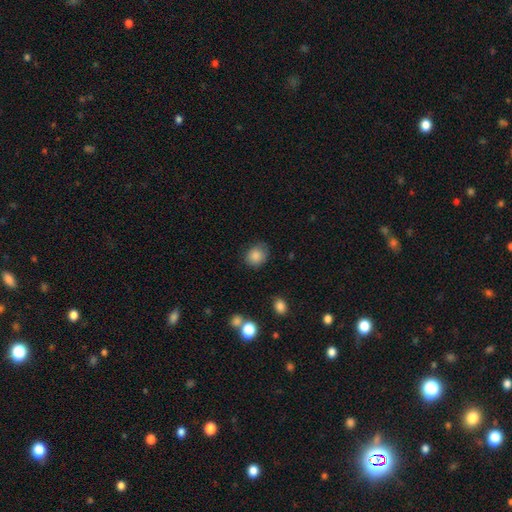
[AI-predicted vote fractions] This appears to be a smooth galaxy with no disk features (86%) that is round (68%). Merging: none (74%).